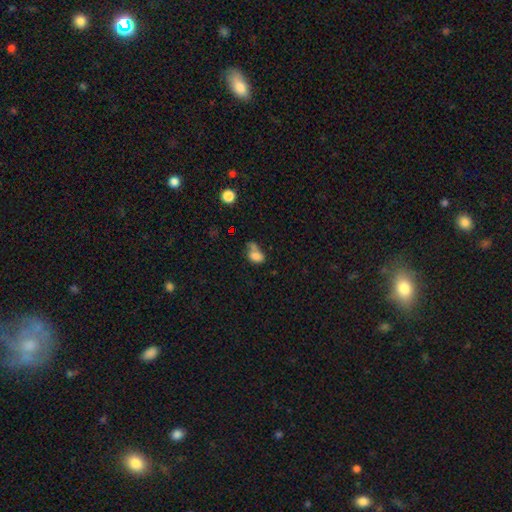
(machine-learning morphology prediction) A smooth galaxy with no disk features (75%) that is in between round and cigar-shaped (77%). Merging: merger (34%).